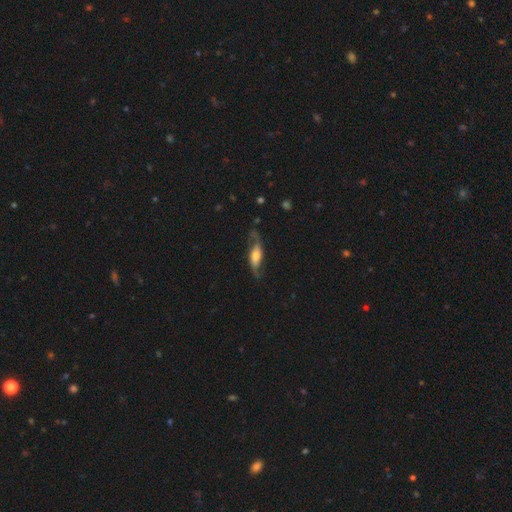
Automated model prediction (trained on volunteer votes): Q: Smooth or featured?
A: featured or disk (65%); runner-up: smooth (28%)
Q: Edge-on disk?
A: no (77%); runner-up: yes (23%)
Q: Bar?
A: no (54%); runner-up: weak (30%)
Q: Spiral arms?
A: yes (89%); runner-up: no (11%)
Q: Bulge size?
A: moderate (41%); runner-up: large (29%)
Q: Merging?
A: none (63%); runner-up: minor disturbance (21%)